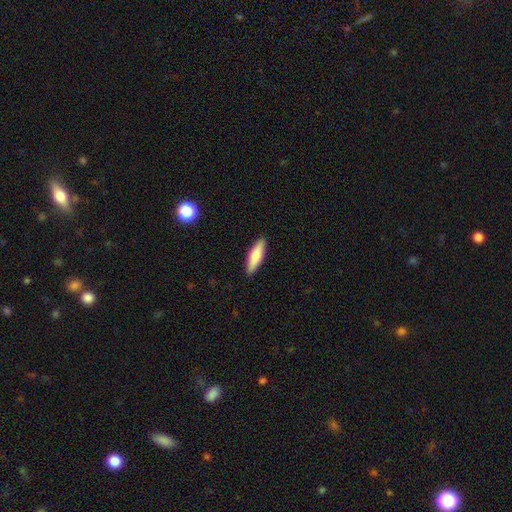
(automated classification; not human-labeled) smooth_or_featured: smooth (p=0.77) [alt: featured or disk p=0.18]
how_rounded: cigar-shaped (p=0.59) [alt: in between p=0.39]
merging: none (p=0.89) [alt: minor disturbance p=0.08]